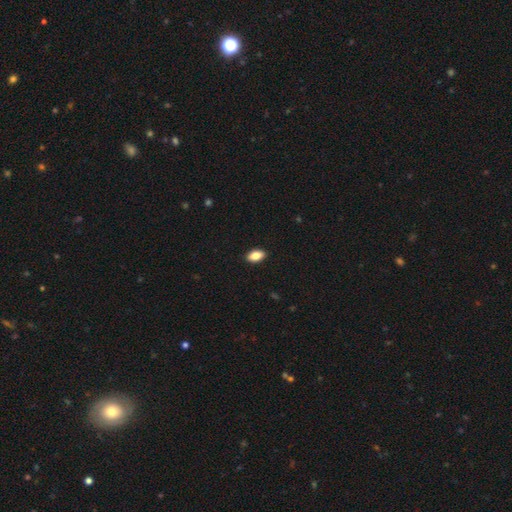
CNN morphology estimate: Smooth or featured?
  - smooth: 85% *
  - featured or disk: 8%
  - star or artifact: 8%
How rounded?
  - in between: 91% *
  - round: 6%
  - cigar-shaped: 3%
Merging?
  - none: 90% *
  - minor disturbance: 7%
  - major disturbance: 2%
  - merger: 1%